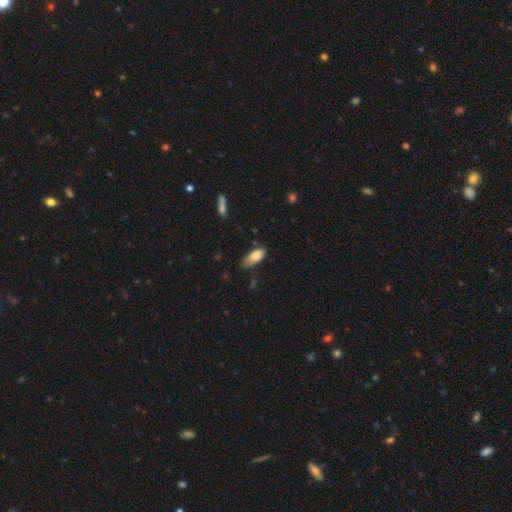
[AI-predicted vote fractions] Overall: smooth (84%). How rounded: in between (87%). Merging: none (46%; minor disturbance 41%).